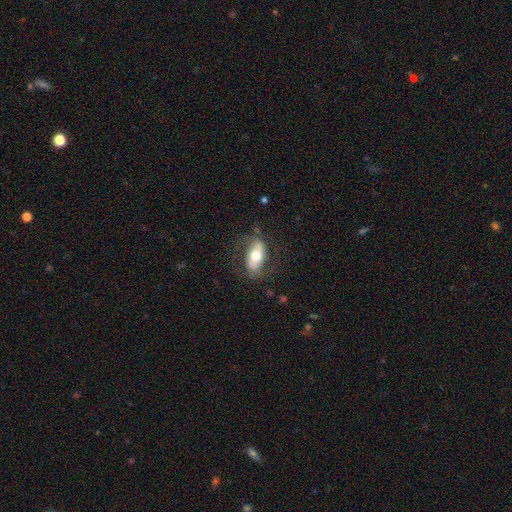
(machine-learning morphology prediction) This is possibly a smooth galaxy (49%). Merging: likely none (70%).